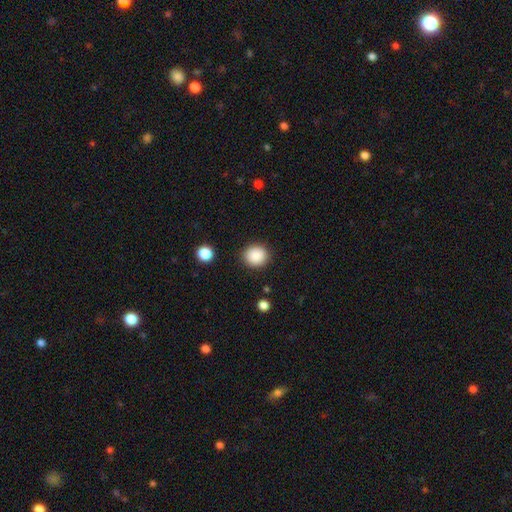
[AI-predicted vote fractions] Q: Smooth or featured?
A: smooth (88%); runner-up: star or artifact (9%)
Q: How rounded?
A: round (89%); runner-up: in between (10%)
Q: Merging?
A: none (90%); runner-up: minor disturbance (7%)